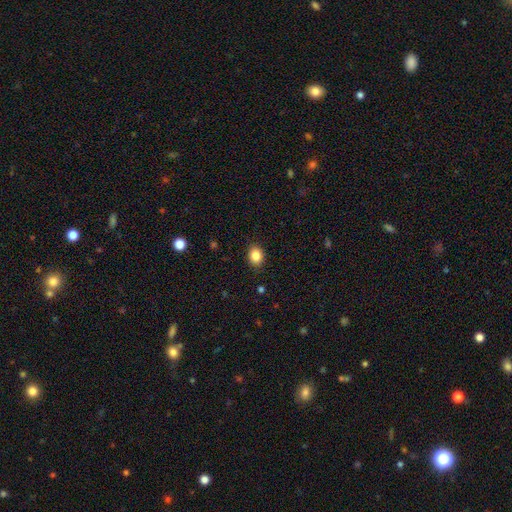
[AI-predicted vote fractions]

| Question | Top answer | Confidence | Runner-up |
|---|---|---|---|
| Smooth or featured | smooth | 86% | star or artifact (9%) |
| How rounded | in between | 58% | round (41%) |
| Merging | none | 89% | minor disturbance (8%) |